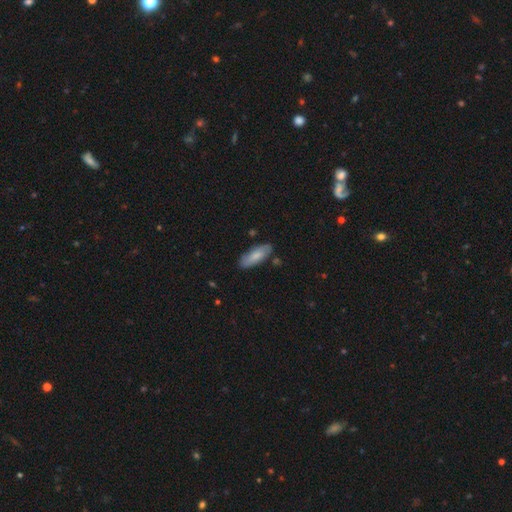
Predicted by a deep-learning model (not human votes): This is likely a smooth galaxy (75%). How rounded: likely in between (73%). Merging: clearly none (81%).